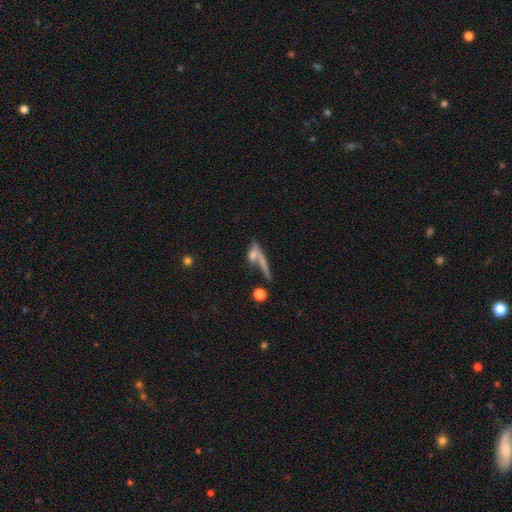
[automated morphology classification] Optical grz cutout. It shows a smooth galaxy with no disk features (56%) that is cigar-shaped (62%). Merging: none (41%).